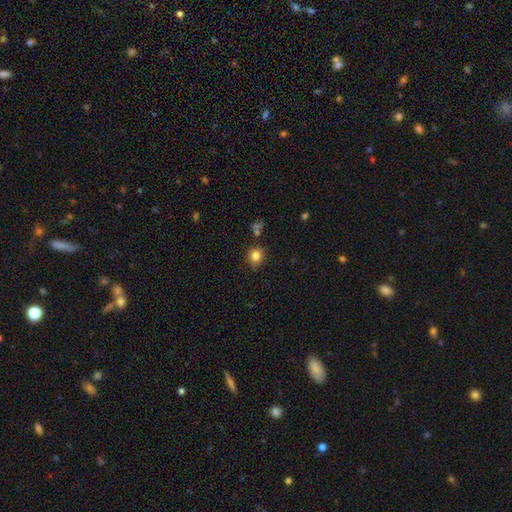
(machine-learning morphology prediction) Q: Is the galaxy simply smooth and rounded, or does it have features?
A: smooth — 82%.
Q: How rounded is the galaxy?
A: round — 83%.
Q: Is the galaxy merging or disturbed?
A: none — 79%.